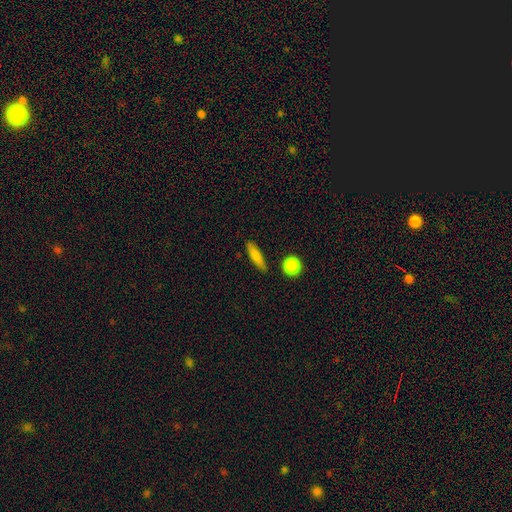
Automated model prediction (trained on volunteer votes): A smooth galaxy with no disk features (79%) that is cigar-shaped (70%). Merging: none (83%).